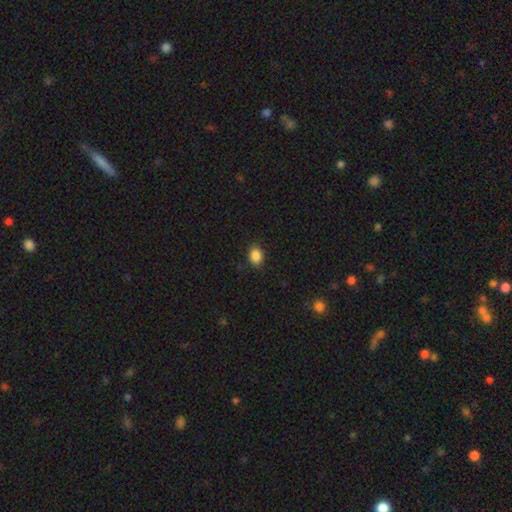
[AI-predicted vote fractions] Overall: smooth (87%). How rounded: in between (60%; round 39%). Merging: none (85%).